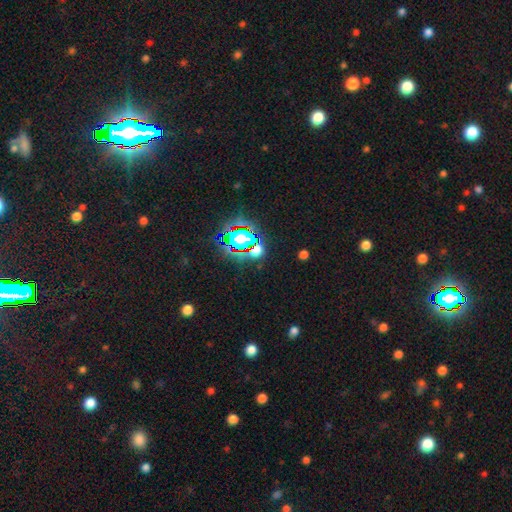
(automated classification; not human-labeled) Smooth or featured? Predicted: star or artifact (p=0.83).